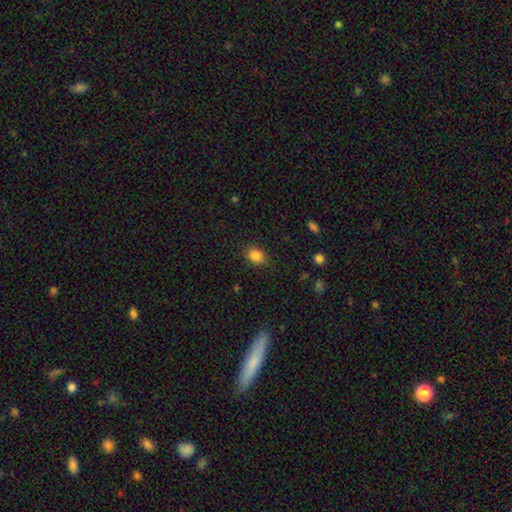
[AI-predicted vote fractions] Smooth or featured: smooth — 85% (star or artifact — 10%)
How rounded: in between — 67% (round — 31%)
Merging: none — 85% (minor disturbance — 11%)